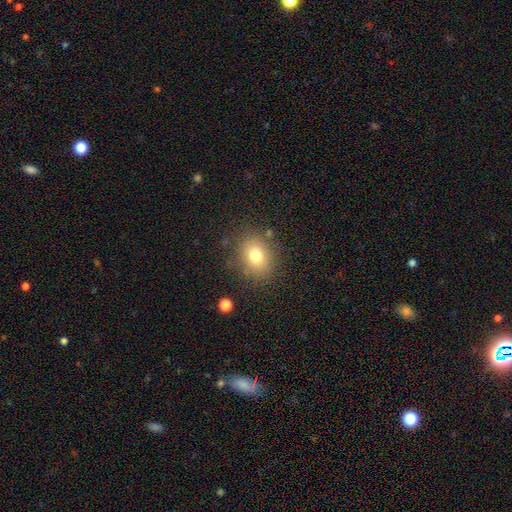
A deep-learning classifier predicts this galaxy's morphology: A smooth galaxy with no disk features (76%) that is round (56%).

Vote fractions:
- Smooth or featured? smooth: 76% / star or artifact: 12% / featured or disk: 12%
- How rounded? round: 56% / in between: 43% / cigar-shaped: 1%
- Merging? none: 82% / minor disturbance: 11% / major disturbance: 4% / merger: 3%